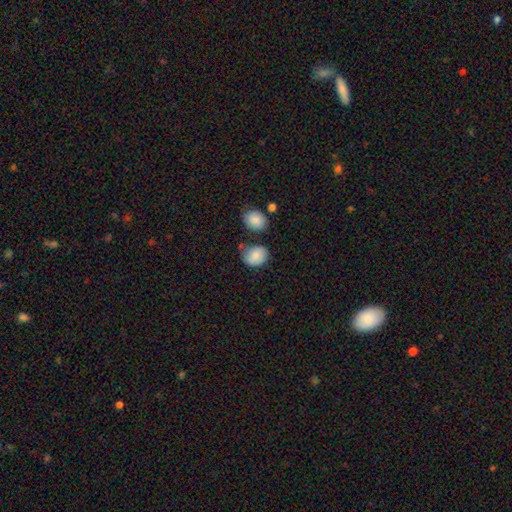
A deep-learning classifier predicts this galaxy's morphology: Smooth or featured? smooth (81%)
How rounded? round (53%)
Merging? none (54%)